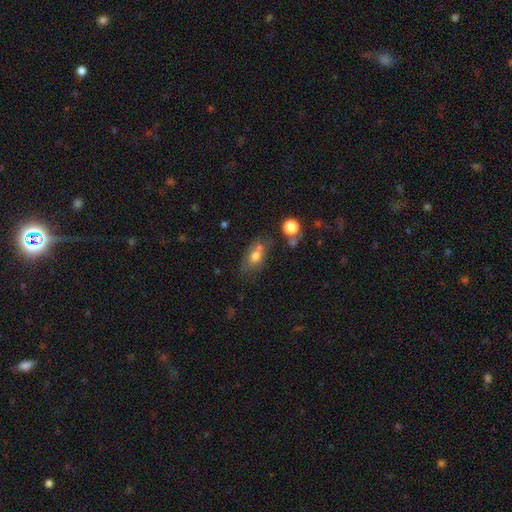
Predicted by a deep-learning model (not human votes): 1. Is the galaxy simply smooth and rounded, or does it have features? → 69% smooth, 20% featured or disk, 11% star or artifact.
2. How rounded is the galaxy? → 77% in between, 19% round, 4% cigar-shaped.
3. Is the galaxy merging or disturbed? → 45% none, 27% merger, 19% minor disturbance, 9% major disturbance.